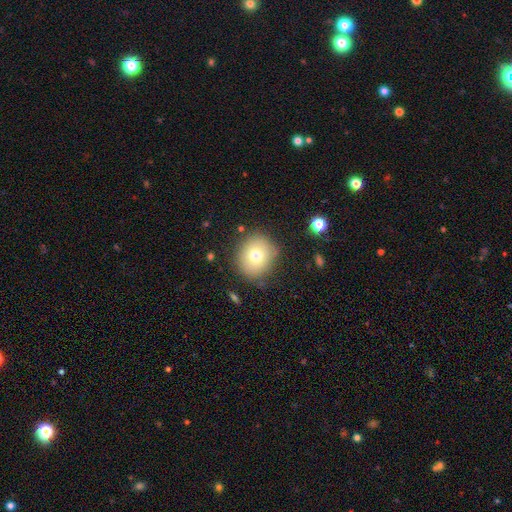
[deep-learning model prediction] Morphology: type=smooth (73%); roundness=round (78%); merging=none (82%).